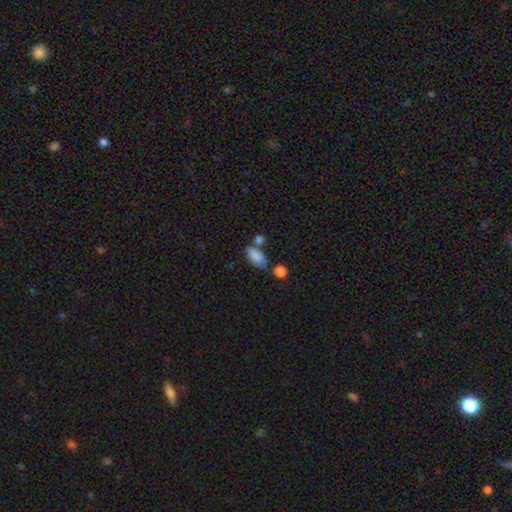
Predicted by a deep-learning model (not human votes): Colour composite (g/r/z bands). It shows a smooth galaxy with no disk features (86%) that is in between round and cigar-shaped (90%). Merging: none (57%).